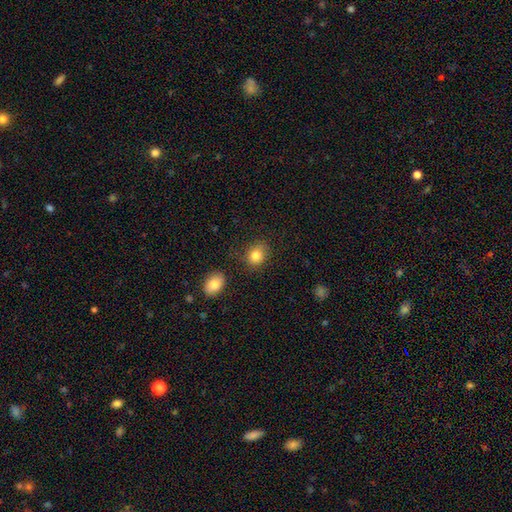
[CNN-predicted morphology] A smooth galaxy with no disk features (83%) that is round (52%). Merging: none (77%).